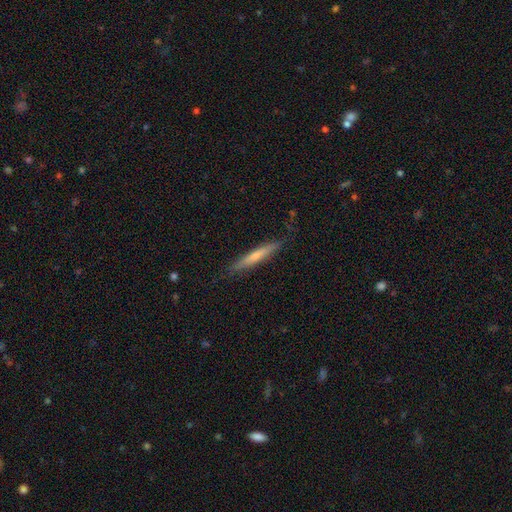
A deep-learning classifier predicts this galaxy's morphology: A smooth galaxy with no disk features (50%) that is cigar-shaped (95%). Merging: none (85%).